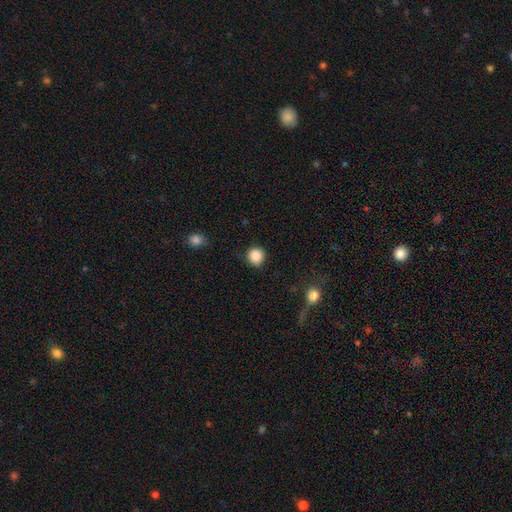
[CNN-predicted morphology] smooth 87%, star or artifact 10%, featured or disk 3%. Down the decision tree: how rounded — round (93%); merging — none (86%).